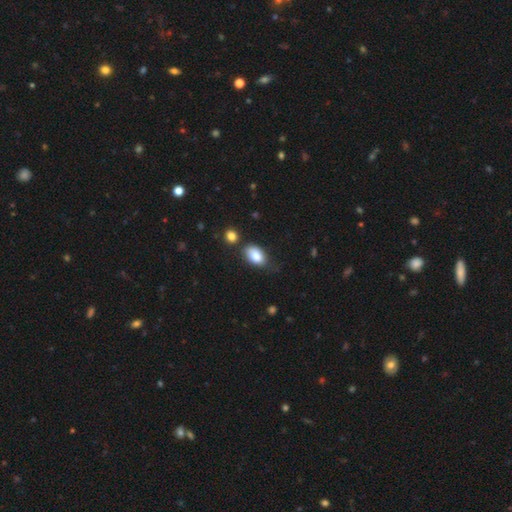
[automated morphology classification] A smooth galaxy with no disk features (85%) that is in between round and cigar-shaped (91%). Merging: none (64%).